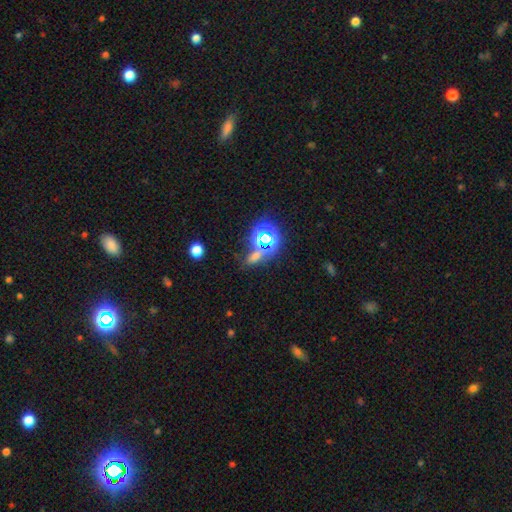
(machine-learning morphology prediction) Smooth or featured? Predicted: star or artifact (p=0.50).